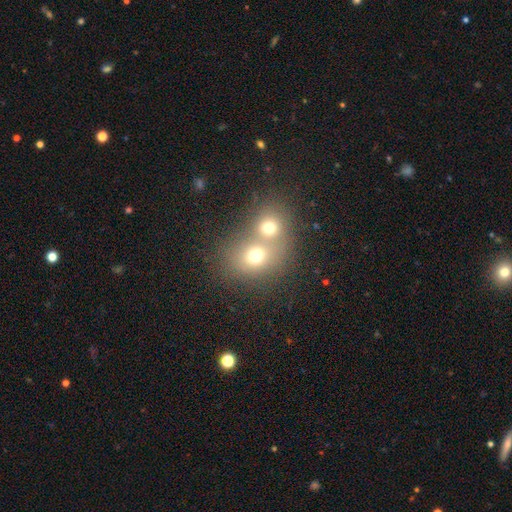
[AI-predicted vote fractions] This appears to be a smooth galaxy with no disk features (69%) that is round (67%). Merging: merger (61%).